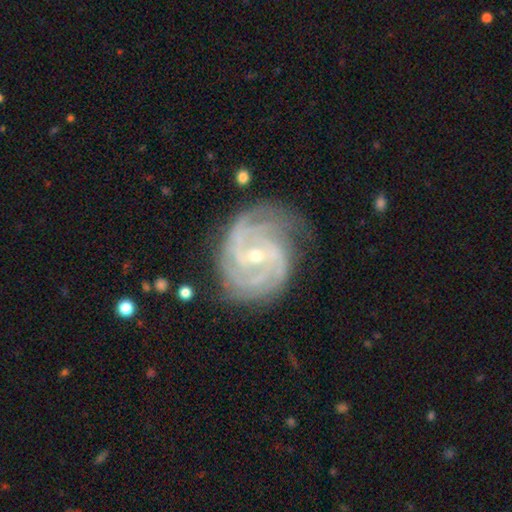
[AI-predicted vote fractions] featured or disk 91%, star or artifact 5%, smooth 4%. Down the decision tree: edge-on disk — no (98%); bar — weak (48%); spiral arms — yes (98%); spiral arm count — 3 (30%); spiral winding — tight (67%); bulge size — small (60%); merging — none (71%).